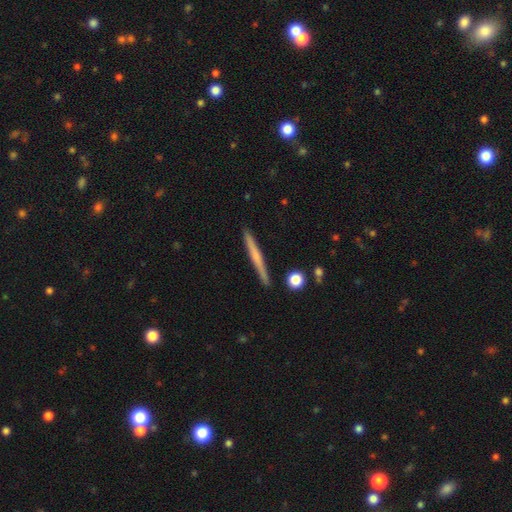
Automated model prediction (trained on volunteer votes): Smooth or featured? Predicted: featured or disk (p=0.48). Merging? Predicted: none (p=0.91).